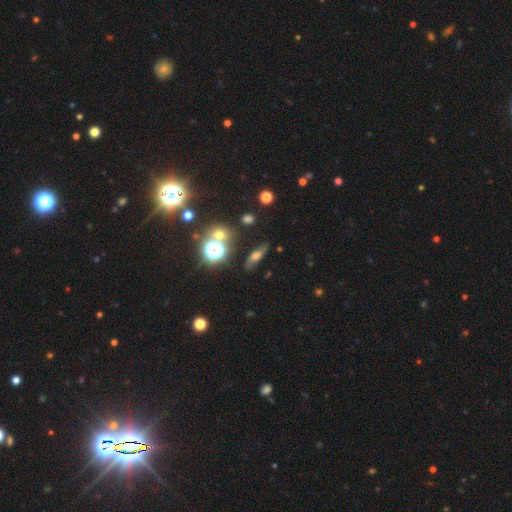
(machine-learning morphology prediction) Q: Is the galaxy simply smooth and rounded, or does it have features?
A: smooth — 46%.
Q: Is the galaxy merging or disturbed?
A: none — 79%.